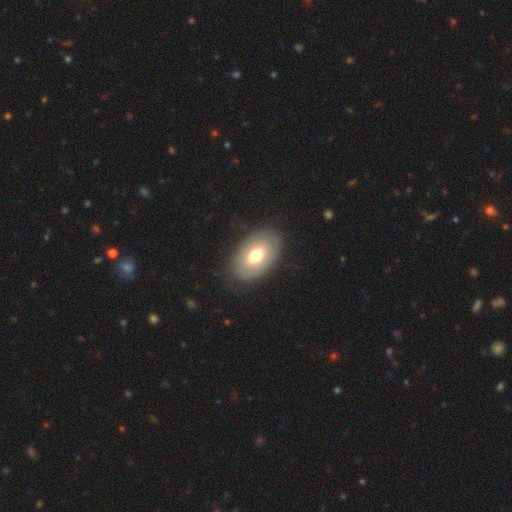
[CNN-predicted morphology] Smooth or featured? Predicted: smooth (p=0.59). How rounded? Predicted: in between (p=0.89). Merging? Predicted: none (p=0.82).